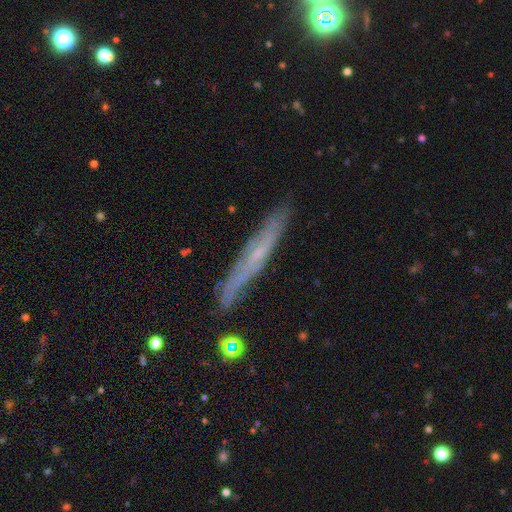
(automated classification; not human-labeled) Q: Smooth or featured?
A: featured or disk (63%); runner-up: smooth (30%)
Q: Edge-on disk?
A: yes (80%); runner-up: no (20%)
Q: Edge-on bulge?
A: none (64%); runner-up: rounded (32%)
Q: Merging?
A: none (81%); runner-up: minor disturbance (14%)